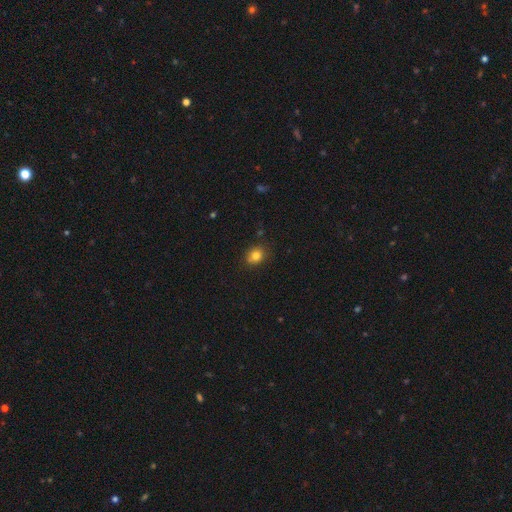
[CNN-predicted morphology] This appears to be a smooth galaxy with no disk features (81%) that is round (60%). Merging: none (82%).